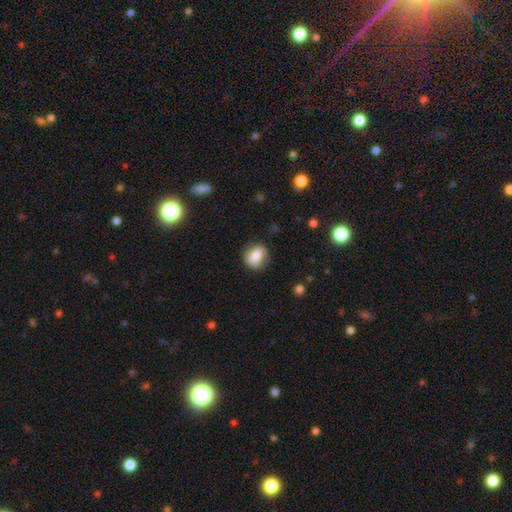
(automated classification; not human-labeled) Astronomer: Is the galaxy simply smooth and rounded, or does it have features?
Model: smooth — 66%.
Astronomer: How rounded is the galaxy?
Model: round — 63%.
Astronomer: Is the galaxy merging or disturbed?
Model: none — 79%.